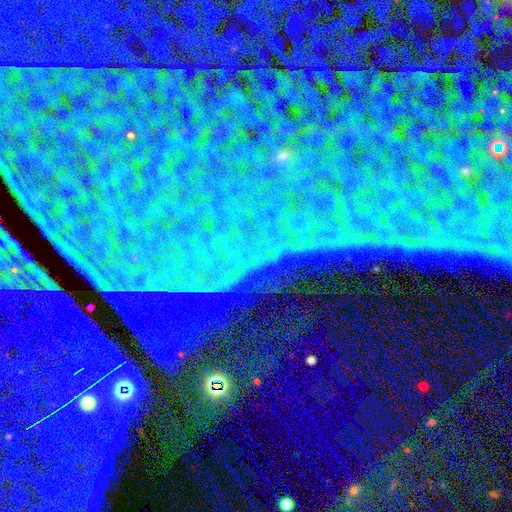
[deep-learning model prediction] Morphology: type=star or artifact (87%).